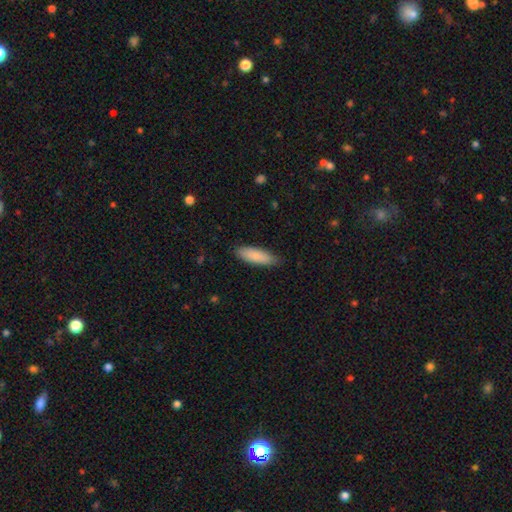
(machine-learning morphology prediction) smooth-or-featured: smooth: 87% | featured or disk: 7% | star or artifact: 5%
  how-rounded: in between: 51% | cigar-shaped: 48% | round: 1%
  merging: none: 84% | minor disturbance: 13% | major disturbance: 2% | merger: 1%